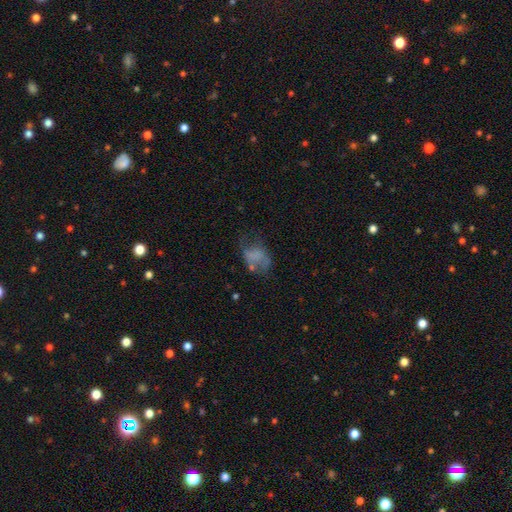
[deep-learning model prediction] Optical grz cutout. It shows a smooth galaxy with no disk features (49%). Merging: major disturbance (34%).